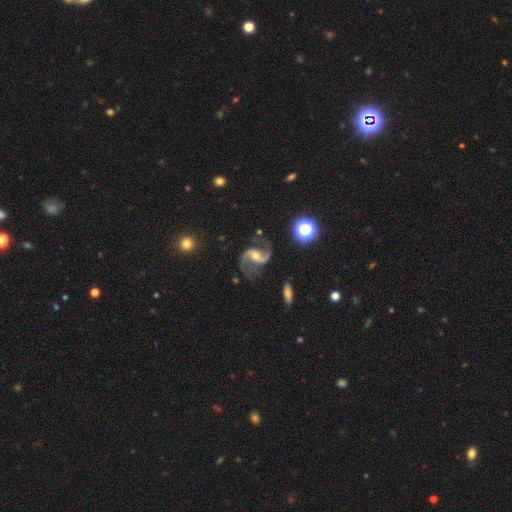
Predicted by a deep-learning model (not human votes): smooth_or_featured: featured or disk (p=0.91) [alt: star or artifact p=0.06]
disk_edge_on: no (p=0.98) [alt: yes p=0.02]
bar: weak (p=0.40) [alt: no p=0.35]
has_spiral_arms: yes (p=0.98) [alt: no p=0.02]
spiral_winding: loose (p=0.56) [alt: medium p=0.37]
spiral_arm_count: 2 (p=0.94) [alt: 1 p=0.01]
bulge_size: moderate (p=0.61) [alt: small p=0.31]
merging: none (p=0.77) [alt: minor disturbance p=0.14]